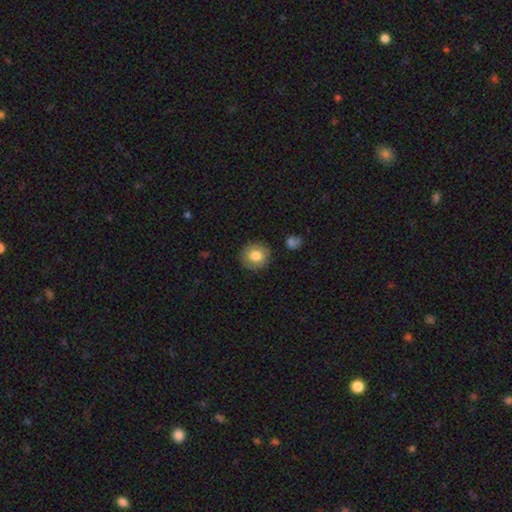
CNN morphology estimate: Overall: smooth (79%). How rounded: round (92%). Merging: none (88%).